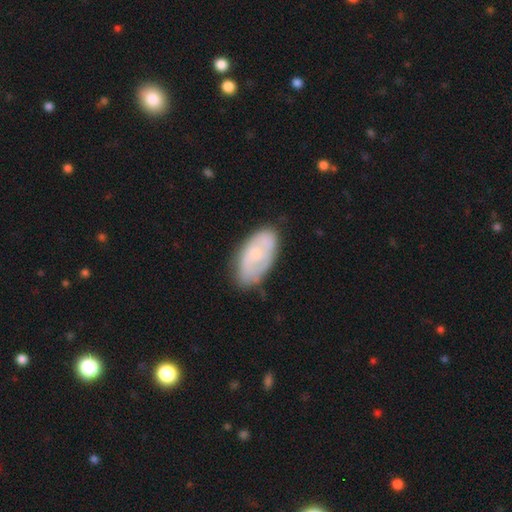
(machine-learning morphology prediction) Smooth or featured: smooth — 52% (featured or disk — 42%)
How rounded: in between — 93% (round — 3%)
Merging: none — 68% (minor disturbance — 23%)